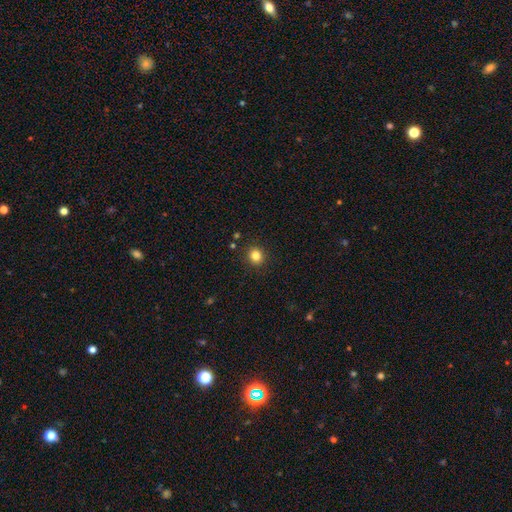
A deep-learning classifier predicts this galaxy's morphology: smooth-or-featured: smooth: 83% | star or artifact: 12% | featured or disk: 5%
  how-rounded: round: 86% | in between: 13% | cigar-shaped: 1%
  merging: none: 90% | minor disturbance: 6% | major disturbance: 2% | merger: 1%